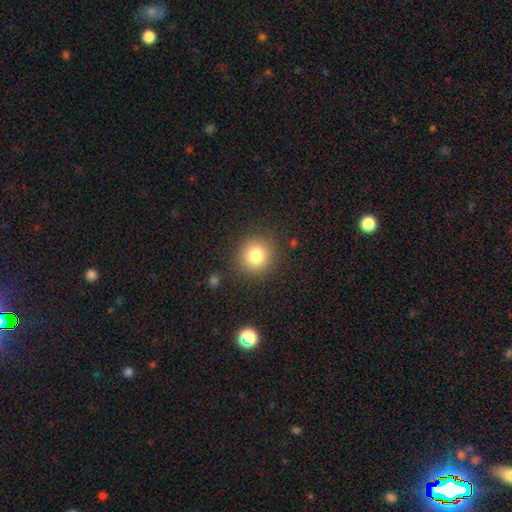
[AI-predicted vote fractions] Morphology: type=smooth (80%); roundness=round (90%); merging=none (88%).